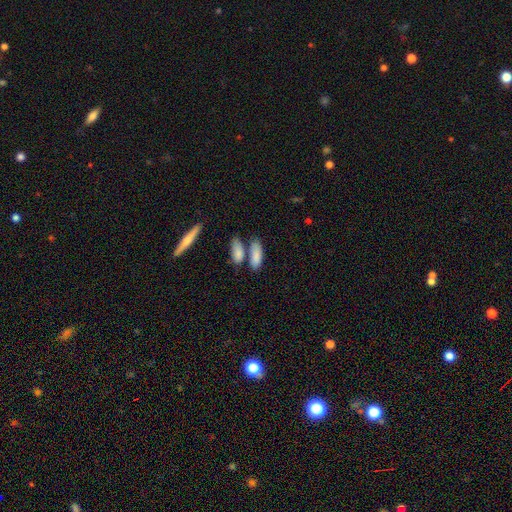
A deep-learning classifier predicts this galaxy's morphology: Smooth or featured? smooth (82%)
How rounded? in between (69%)
Merging? none (51%)